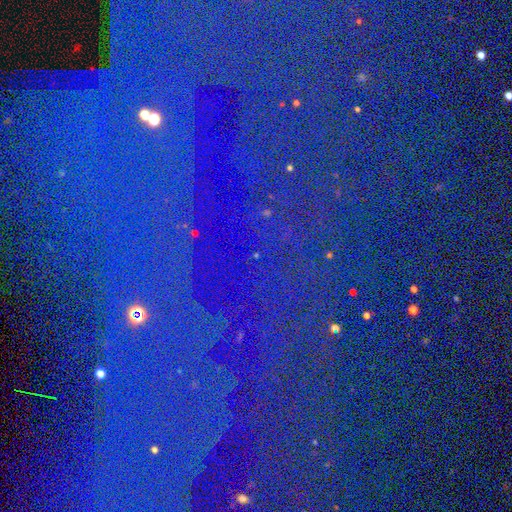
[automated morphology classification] This appears to be a star or artifact, not a galaxy (84%).